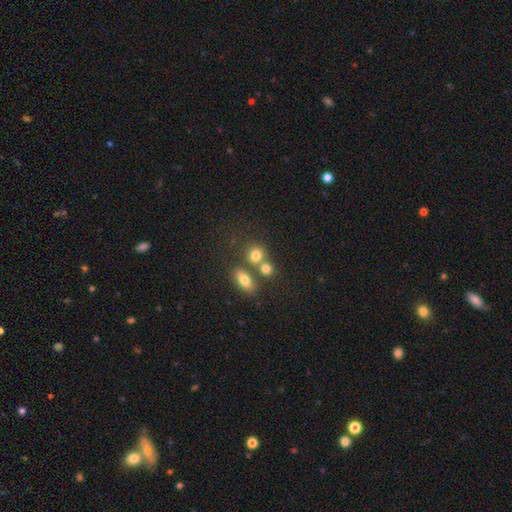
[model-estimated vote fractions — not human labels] Smooth or featured: smooth — 77% (star or artifact — 12%)
How rounded: round — 71% (in between — 27%)
Merging: none — 51% (merger — 35%)